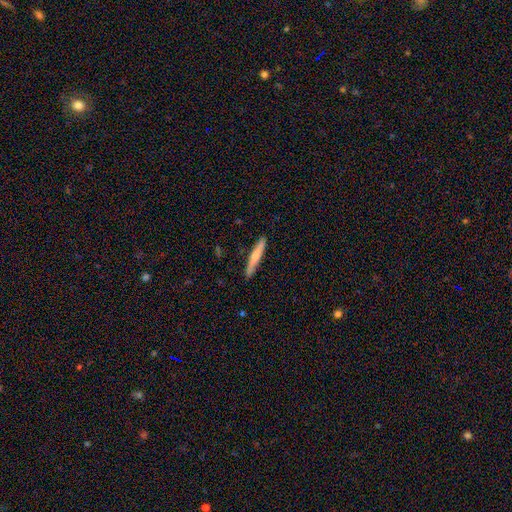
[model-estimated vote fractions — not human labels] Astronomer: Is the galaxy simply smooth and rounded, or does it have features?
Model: smooth — 61%.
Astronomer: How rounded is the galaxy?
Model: cigar-shaped — 94%.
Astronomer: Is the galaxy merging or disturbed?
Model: none — 88%.